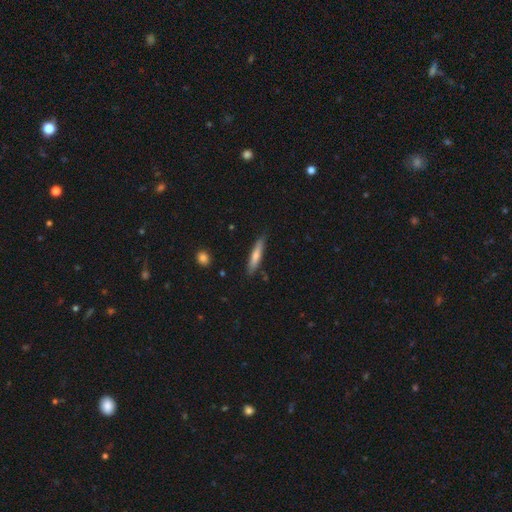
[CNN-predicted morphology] Smooth or featured? smooth (67%)
How rounded? cigar-shaped (88%)
Merging? none (83%)